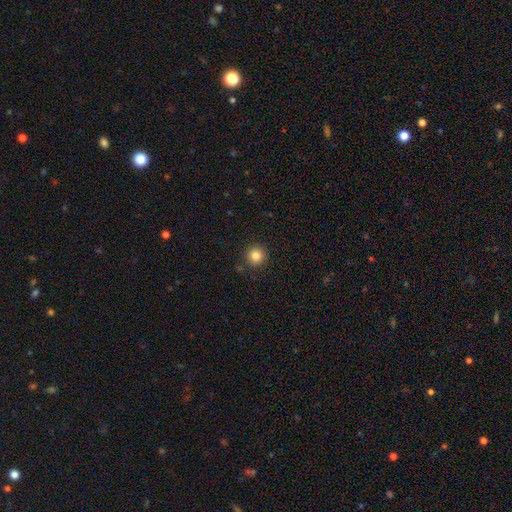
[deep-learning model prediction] Overall: smooth (83%). How rounded: round (94%). Merging: none (89%).